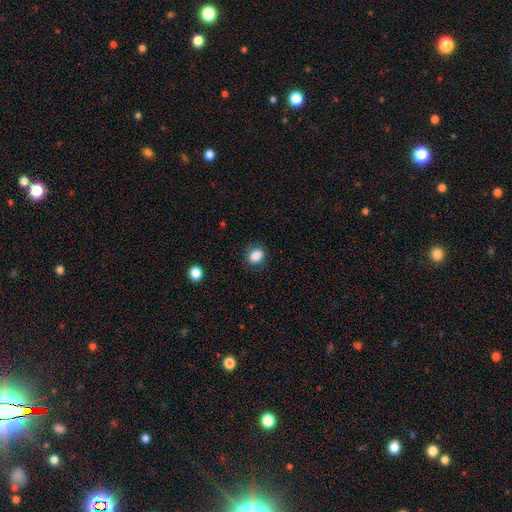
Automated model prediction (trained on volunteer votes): Q: Smooth or featured?
A: smooth (85%); runner-up: star or artifact (9%)
Q: How rounded?
A: in between (59%); runner-up: round (40%)
Q: Merging?
A: none (84%); runner-up: minor disturbance (12%)